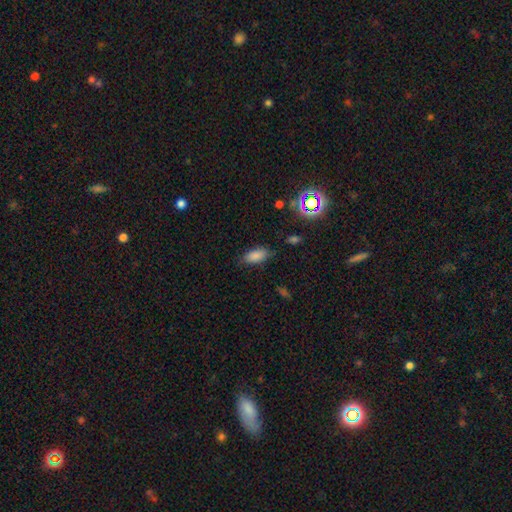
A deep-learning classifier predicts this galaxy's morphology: Smooth or featured: smooth — 83% (star or artifact — 11%)
How rounded: in between — 88% (cigar-shaped — 9%)
Merging: none — 77% (minor disturbance — 17%)